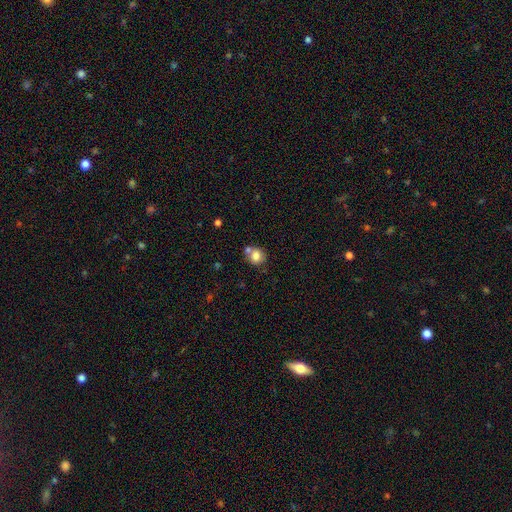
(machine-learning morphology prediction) Smooth or featured?
  - smooth: 79% *
  - featured or disk: 10%
  - star or artifact: 10%
How rounded?
  - round: 77% *
  - in between: 22%
  - cigar-shaped: 1%
Merging?
  - none: 55% *
  - merger: 29%
  - minor disturbance: 12%
  - major disturbance: 4%